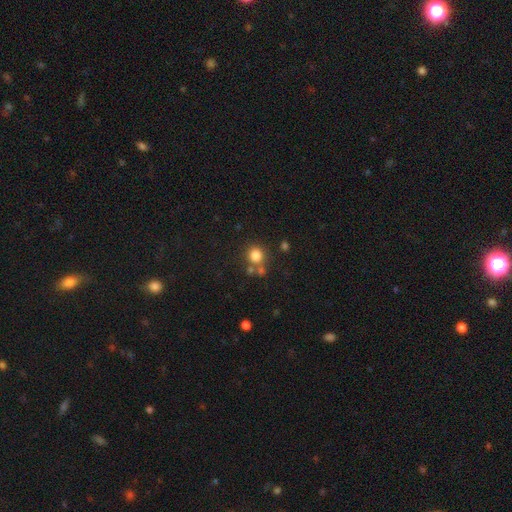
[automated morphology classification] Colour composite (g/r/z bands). It shows a smooth galaxy with no disk features (80%) that is round (89%). Merging: none (68%).